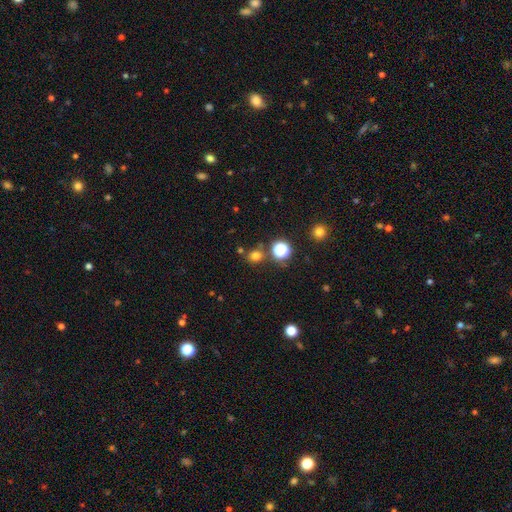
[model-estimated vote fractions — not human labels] Smooth or featured? Predicted: smooth (p=0.71). How rounded? Predicted: round (p=0.78). Merging? Predicted: none (p=0.77).